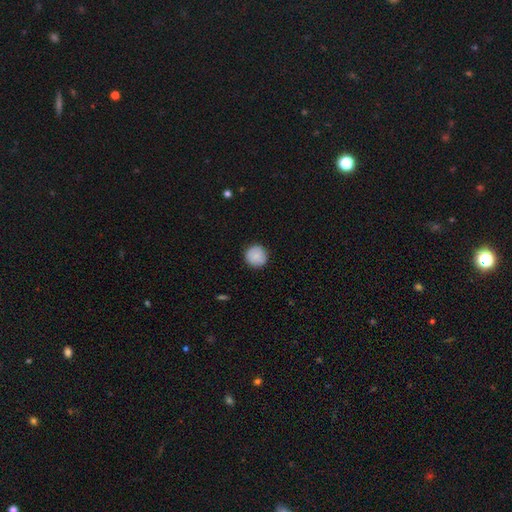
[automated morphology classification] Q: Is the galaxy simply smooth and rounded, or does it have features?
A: smooth — 87%.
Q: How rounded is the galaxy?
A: round — 94%.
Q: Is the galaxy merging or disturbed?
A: none — 90%.